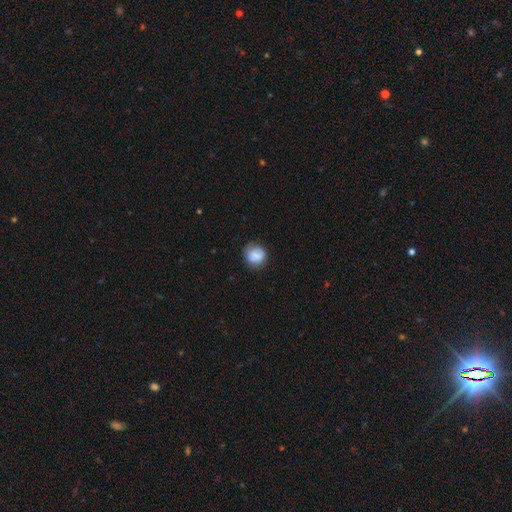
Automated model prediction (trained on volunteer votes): The model was most divided on "merging": none: 75%, minor disturbance: 19%, major disturbance: 5%, merger: 1%. More confident: how rounded — round (83%); smooth or featured — smooth (80%).